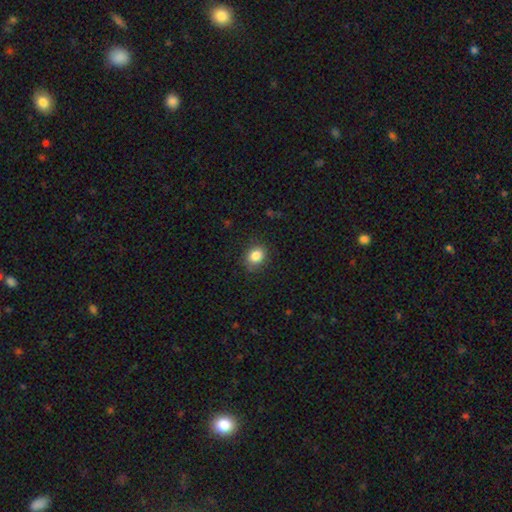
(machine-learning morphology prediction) Smooth or featured: smooth — 85% (star or artifact — 10%)
How rounded: round — 52% (in between — 47%)
Merging: none — 84% (minor disturbance — 12%)